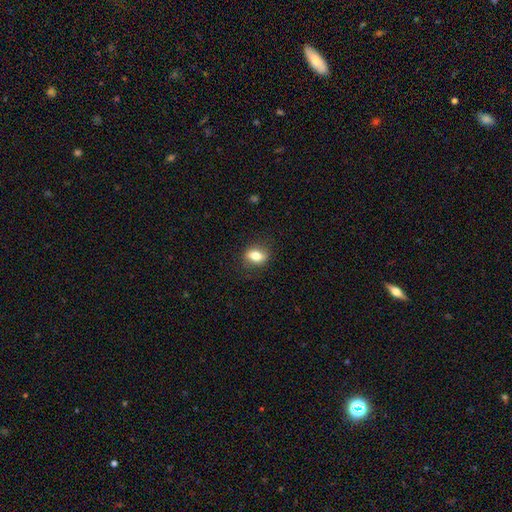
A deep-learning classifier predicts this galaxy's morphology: A smooth galaxy with no disk features (72%) that is in between round and cigar-shaped (69%). Merging: none (84%).